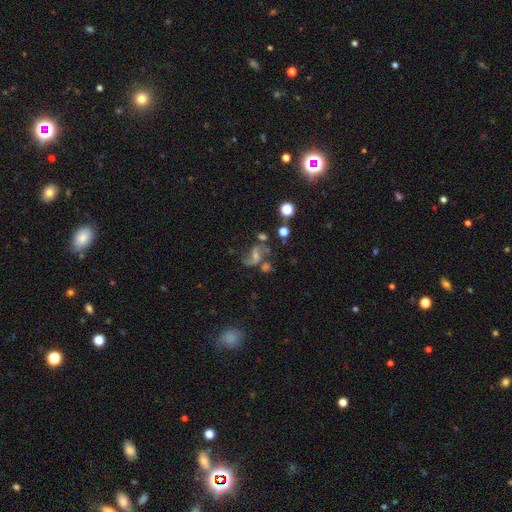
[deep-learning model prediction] The model was most divided on "bulge size": small: 44%, moderate: 40%, none: 11%, large: 4%, dominant: 2%. Remaining: edge-on disk — no (97%); spiral arms — yes (91%); spiral arm count — 2 (85%); smooth or featured — featured or disk (75%); spiral winding — loose (66%); merging — none (48%); bar — weak (43%).